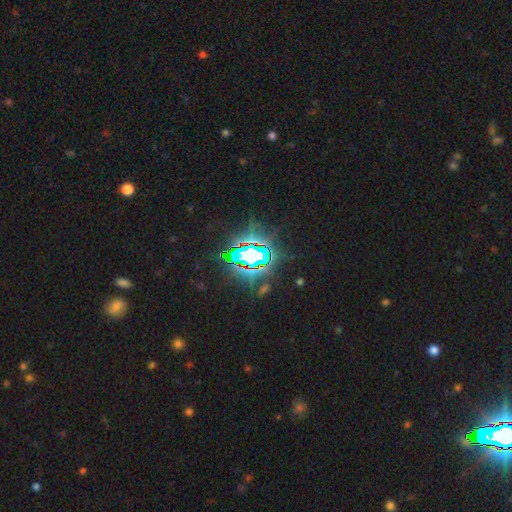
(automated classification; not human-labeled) Q: Smooth or featured?
A: star or artifact (80%); runner-up: smooth (10%)